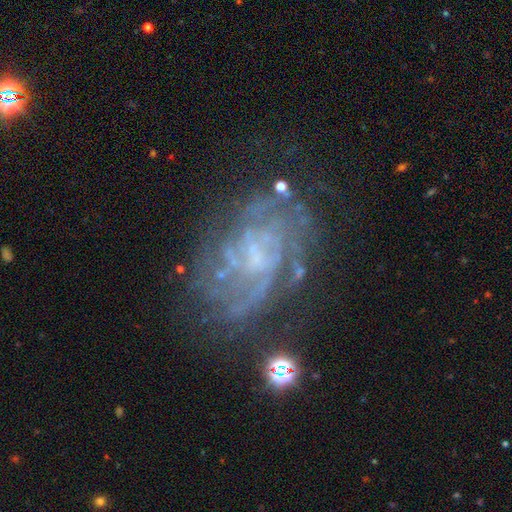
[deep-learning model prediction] A featured or disk galaxy (81%) with no bar (47%), tight (49%) spiral arms (87%) and no central bulge (41%). Merging: none (61%).